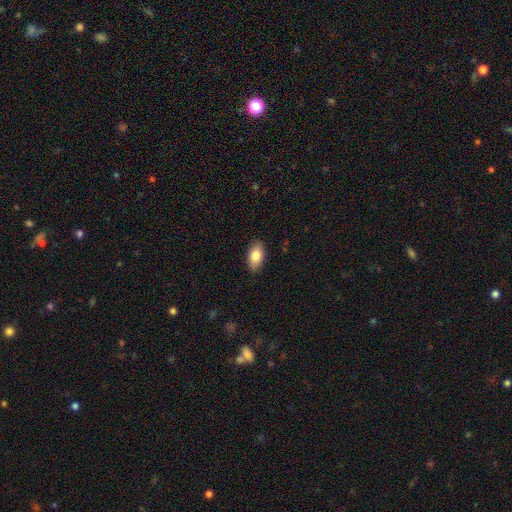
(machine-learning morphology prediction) This appears to be a smooth galaxy with no disk features (83%) that is in between round and cigar-shaped (92%). Merging: none (88%).